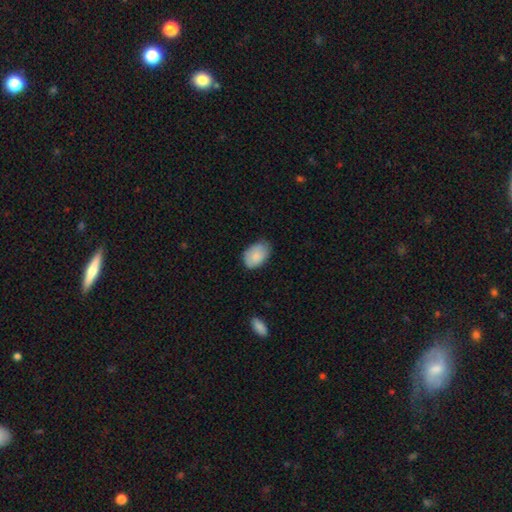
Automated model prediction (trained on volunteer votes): Smooth or featured? smooth (82%)
How rounded? in between (88%)
Merging? none (71%)